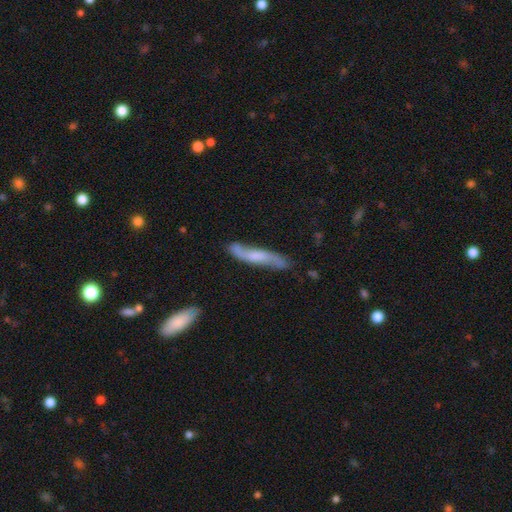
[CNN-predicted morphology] smooth_or_featured: featured or disk (p=0.65) [alt: smooth p=0.29]
disk_edge_on: no (p=0.65) [alt: yes p=0.35]
merging: none (p=0.74) [alt: minor disturbance p=0.19]